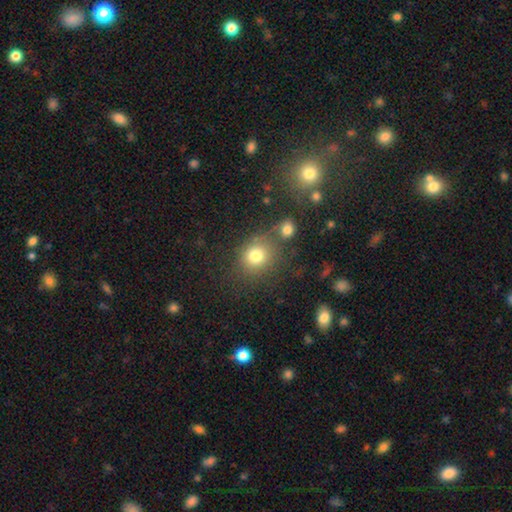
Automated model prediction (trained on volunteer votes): Overall: smooth (77%). How rounded: round (79%). Merging: none (66%).